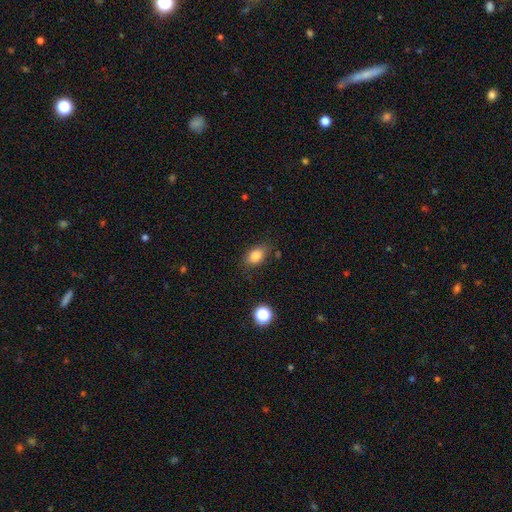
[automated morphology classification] Smooth or featured?
  - smooth: 83% *
  - star or artifact: 10%
  - featured or disk: 7%
How rounded?
  - in between: 82% *
  - round: 16%
  - cigar-shaped: 2%
Merging?
  - none: 77% *
  - minor disturbance: 16%
  - major disturbance: 4%
  - merger: 2%